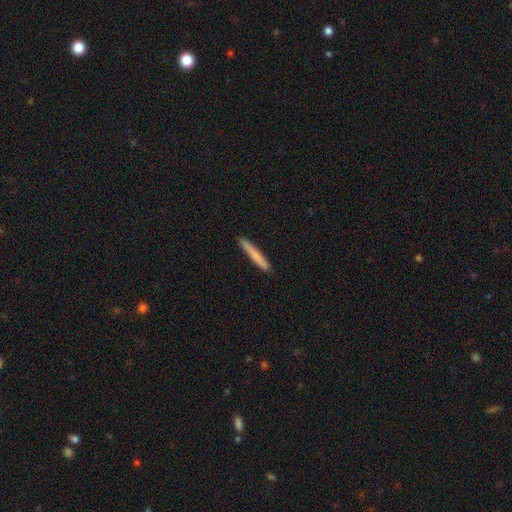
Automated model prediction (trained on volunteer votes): Smooth or featured? Predicted: smooth (p=0.74). How rounded? Predicted: cigar-shaped (p=0.96). Merging? Predicted: none (p=0.91).